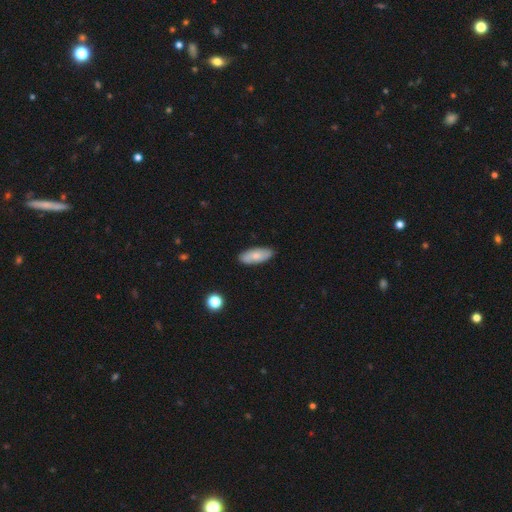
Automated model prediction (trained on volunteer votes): smooth-or-featured: smooth: 75% | featured or disk: 19% | star or artifact: 6%
  how-rounded: in between: 80% | cigar-shaped: 18% | round: 2%
  merging: none: 87% | minor disturbance: 10% | major disturbance: 2% | merger: 1%